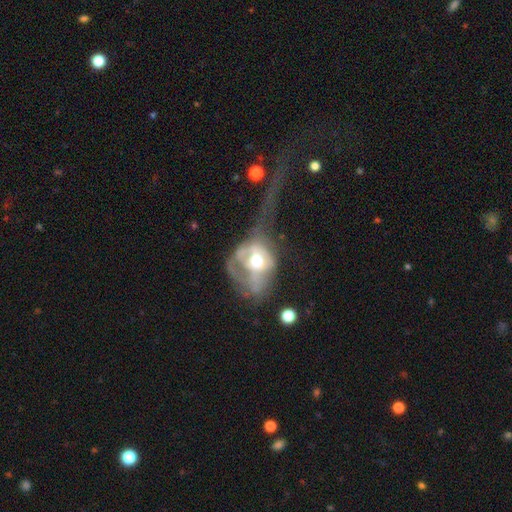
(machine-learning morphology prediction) Overall: featured or disk (62%; smooth 29%). Edge-on disk: no (94%). Bar: no (75%). Spiral arms: no (65%; yes 35%). Bulge size: moderate (71%). Merging: major disturbance (67%).